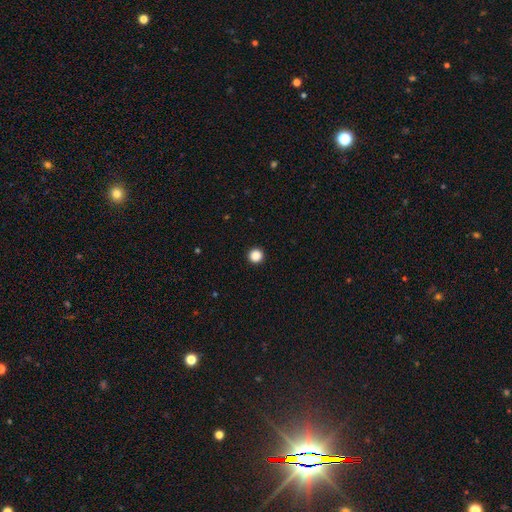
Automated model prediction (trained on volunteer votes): Overall: smooth (88%). How rounded: round (96%). Merging: none (94%).